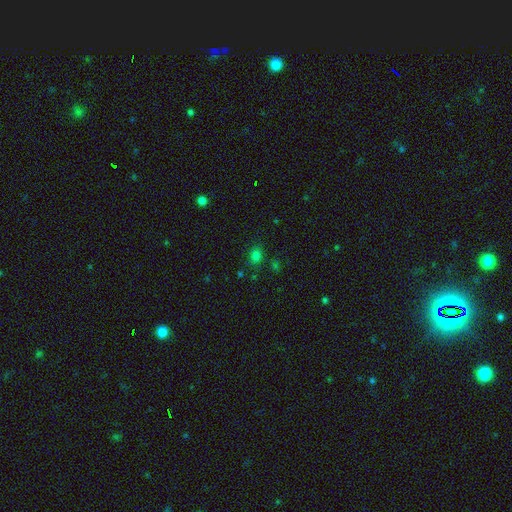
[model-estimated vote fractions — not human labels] Smooth or featured? smooth (75%)
How rounded? in between (50%)
Merging? none (80%)